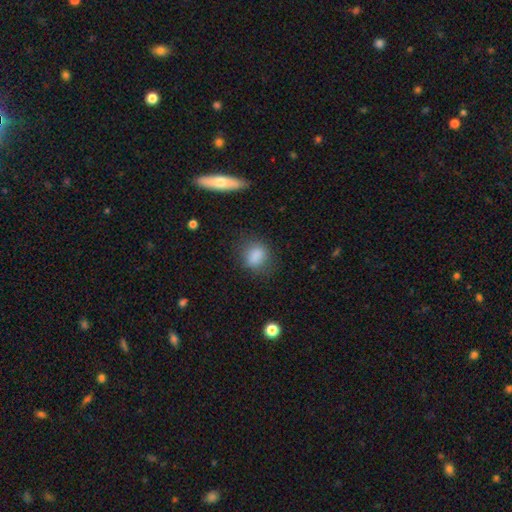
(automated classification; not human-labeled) smooth-or-featured: smooth: 84% | star or artifact: 9% | featured or disk: 6%
  how-rounded: in between: 49% | round: 48% | cigar-shaped: 2%
  merging: none: 75% | minor disturbance: 17% | major disturbance: 7% | merger: 2%